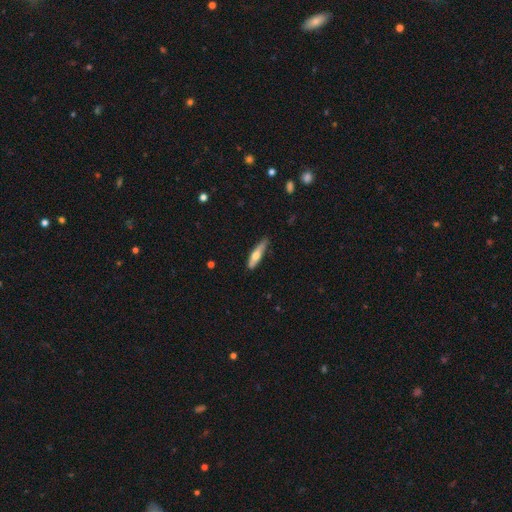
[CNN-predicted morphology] Smooth or featured? smooth (56%)
How rounded? cigar-shaped (76%)
Merging? none (73%)